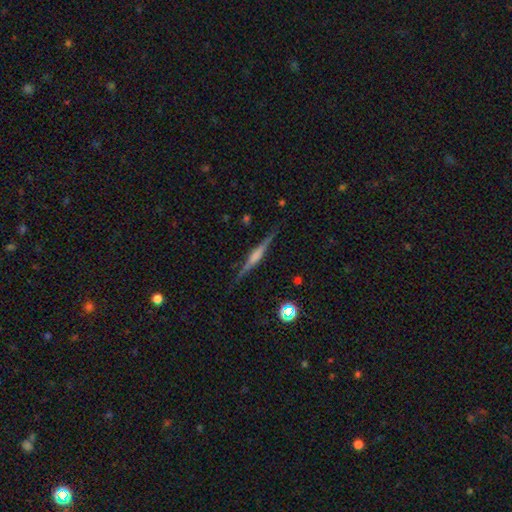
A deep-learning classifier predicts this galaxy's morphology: featured or disk 71%, smooth 21%, star or artifact 8%. Down the decision tree: edge-on disk — yes (97%); edge-on bulge — rounded (44%); merging — none (86%).